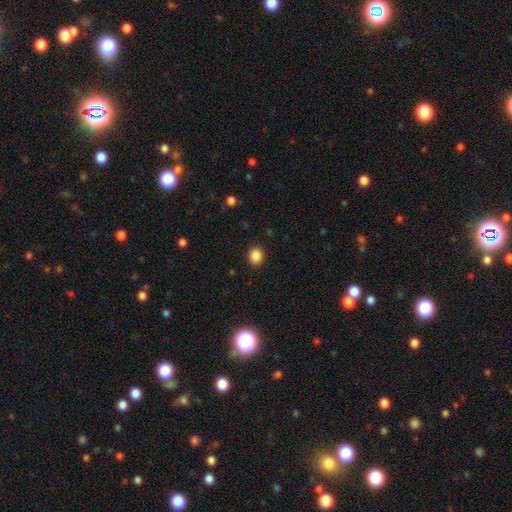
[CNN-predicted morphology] Smooth or featured? smooth (86%)
How rounded? round (74%)
Merging? none (90%)